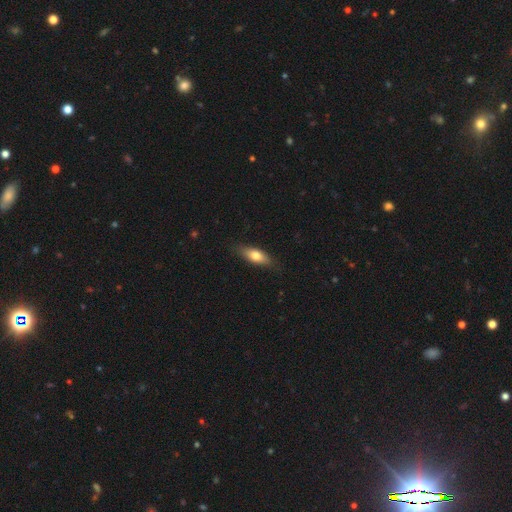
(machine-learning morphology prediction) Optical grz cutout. It shows a smooth galaxy with no disk features (71%) that is in between round and cigar-shaped (69%). Merging: none (82%).